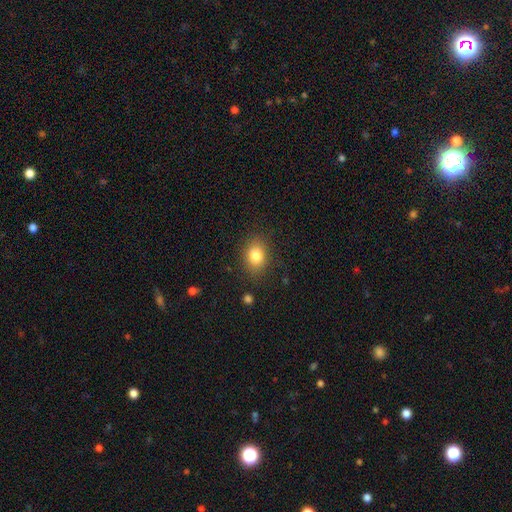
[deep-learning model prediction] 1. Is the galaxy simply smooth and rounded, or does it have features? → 82% smooth, 10% star or artifact, 8% featured or disk.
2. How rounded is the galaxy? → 57% in between, 42% round, 1% cigar-shaped.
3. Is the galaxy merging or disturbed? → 84% none, 11% minor disturbance, 4% major disturbance, 2% merger.